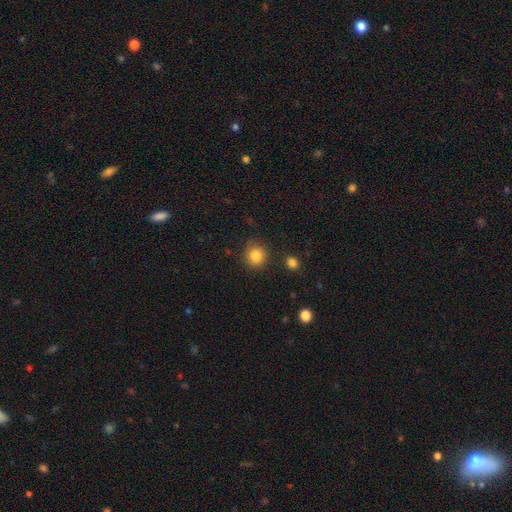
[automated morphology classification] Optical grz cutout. It shows a smooth galaxy with no disk features (84%) that is round (91%). Merging: none (85%).